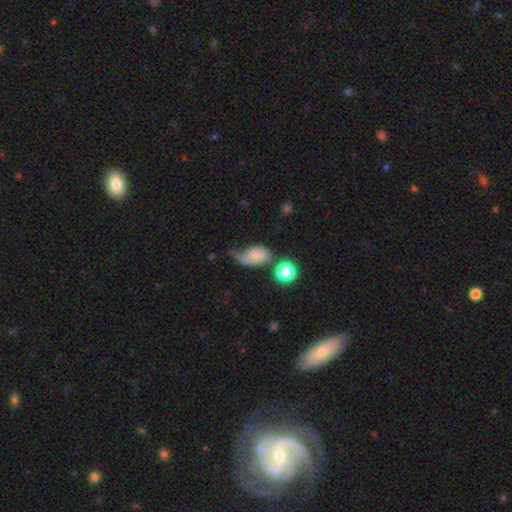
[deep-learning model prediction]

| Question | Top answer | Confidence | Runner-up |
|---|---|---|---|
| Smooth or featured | smooth | 56% | featured or disk (31%) |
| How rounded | in between | 77% | round (21%) |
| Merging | major disturbance | 37% | minor disturbance (26%) |